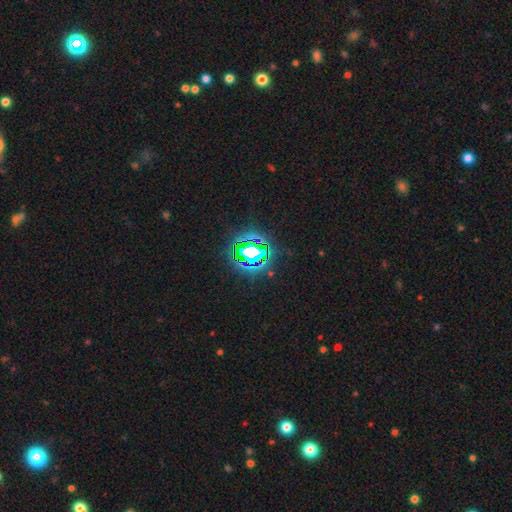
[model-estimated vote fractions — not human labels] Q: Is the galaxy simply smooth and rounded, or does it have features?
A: star or artifact — 72%.